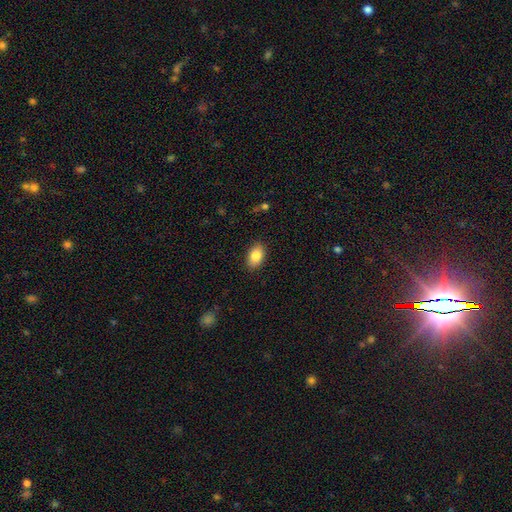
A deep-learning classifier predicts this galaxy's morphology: Smooth or featured?
  - smooth: 86% *
  - featured or disk: 7%
  - star or artifact: 7%
How rounded?
  - in between: 92% *
  - round: 7%
  - cigar-shaped: 1%
Merging?
  - none: 89% *
  - minor disturbance: 8%
  - major disturbance: 2%
  - merger: 1%